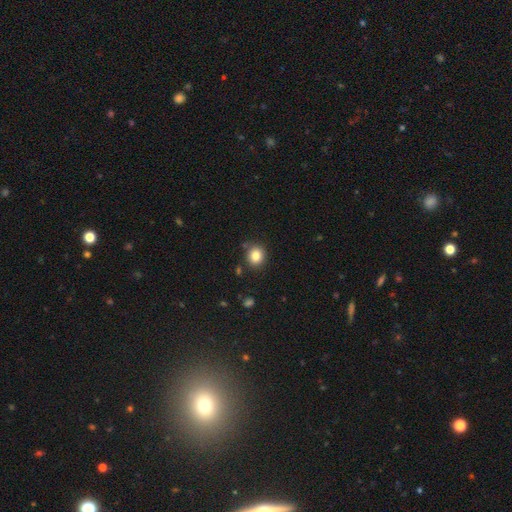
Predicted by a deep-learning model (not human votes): smooth 83%, star or artifact 11%, featured or disk 6%. Down the decision tree: how rounded — round (78%); merging — none (84%).